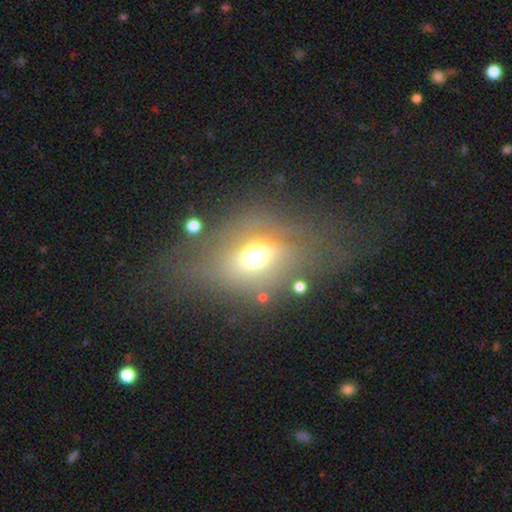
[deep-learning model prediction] Overall: smooth (56%; featured or disk 25%). How rounded: in between (56%; round 40%). Merging: none (56%; major disturbance 19%).